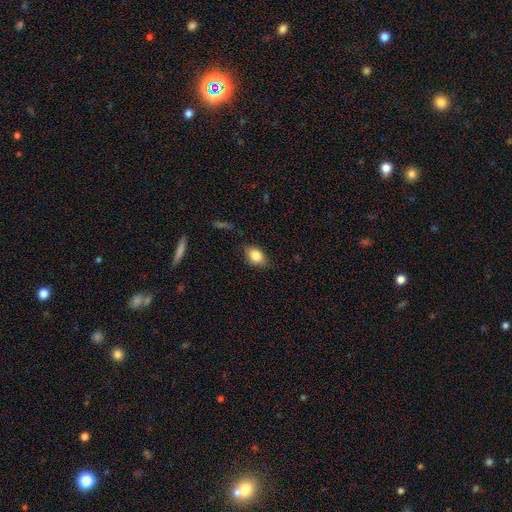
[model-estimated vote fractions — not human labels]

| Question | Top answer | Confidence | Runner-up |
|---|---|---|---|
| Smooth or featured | smooth | 81% | featured or disk (10%) |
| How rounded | in between | 74% | round (24%) |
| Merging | none | 77% | minor disturbance (18%) |